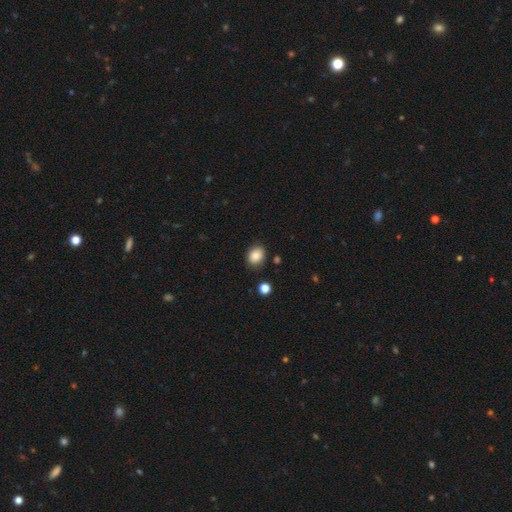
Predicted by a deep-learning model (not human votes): smooth-or-featured: smooth: 84% | star or artifact: 9% | featured or disk: 7%
  how-rounded: round: 50% | in between: 49% | cigar-shaped: 1%
  merging: none: 83% | minor disturbance: 12% | major disturbance: 3% | merger: 2%